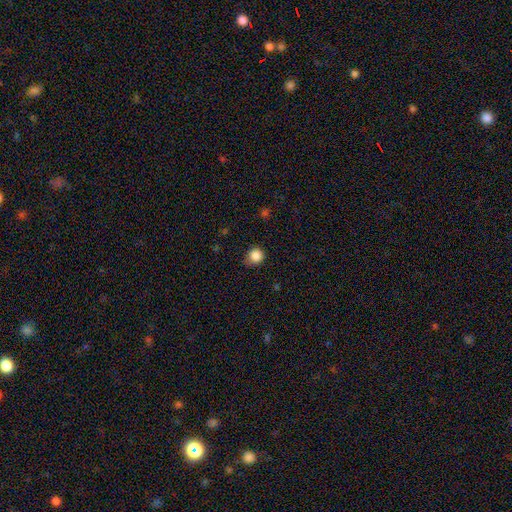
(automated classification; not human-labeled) smooth 86%, star or artifact 11%, featured or disk 3%. Down the decision tree: how rounded — round (89%); merging — none (76%).